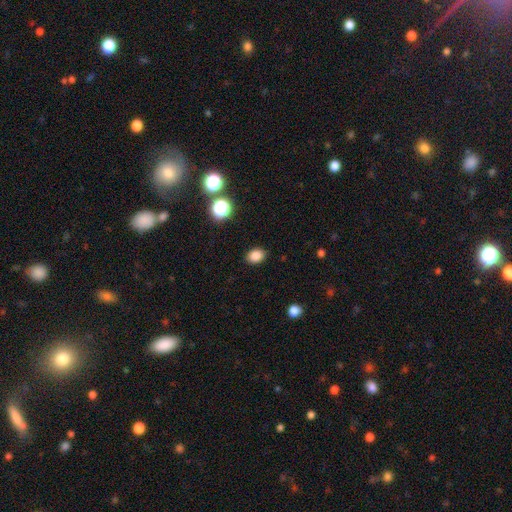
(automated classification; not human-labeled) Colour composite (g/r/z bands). It shows a smooth galaxy with no disk features (84%) that is in between round and cigar-shaped (65%). Merging: none (88%).